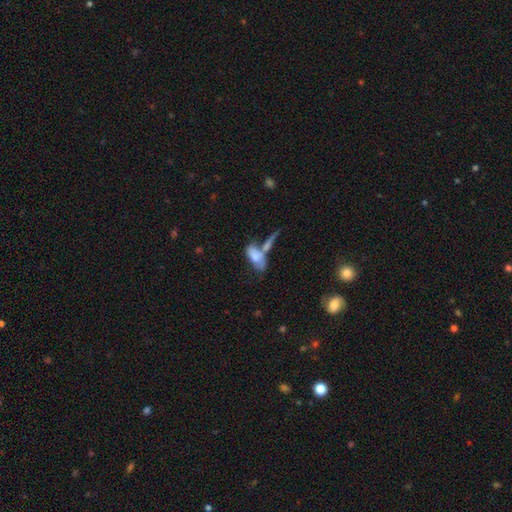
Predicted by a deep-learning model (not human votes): smooth-or-featured: smooth: 66% | featured or disk: 27% | star or artifact: 7%
  how-rounded: in between: 86% | cigar-shaped: 10% | round: 4%
  merging: merger: 48% | none: 27% | minor disturbance: 14% | major disturbance: 11%